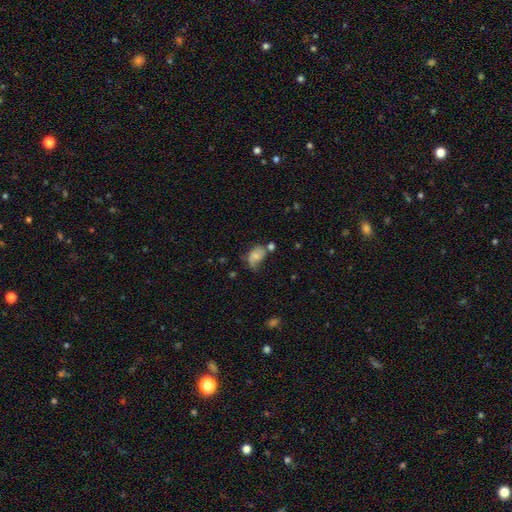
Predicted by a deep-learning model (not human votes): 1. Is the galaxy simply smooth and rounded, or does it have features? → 53% smooth, 37% featured or disk, 10% star or artifact.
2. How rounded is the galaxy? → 80% in between, 19% round, 2% cigar-shaped.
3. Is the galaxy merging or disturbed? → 33% none, 32% minor disturbance, 23% major disturbance, 13% merger.